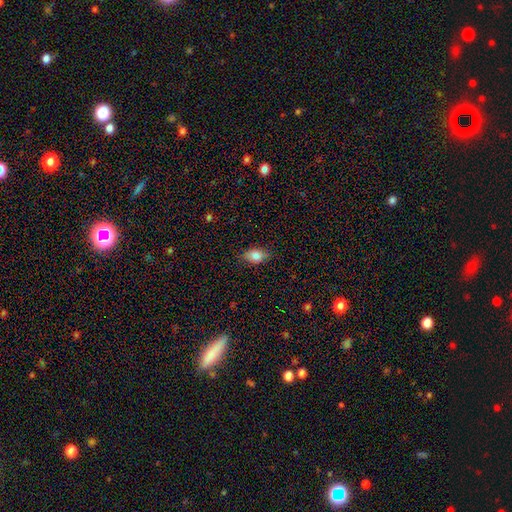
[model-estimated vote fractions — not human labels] Morphology: type=smooth (82%); roundness=in between (82%); merging=none (78%).